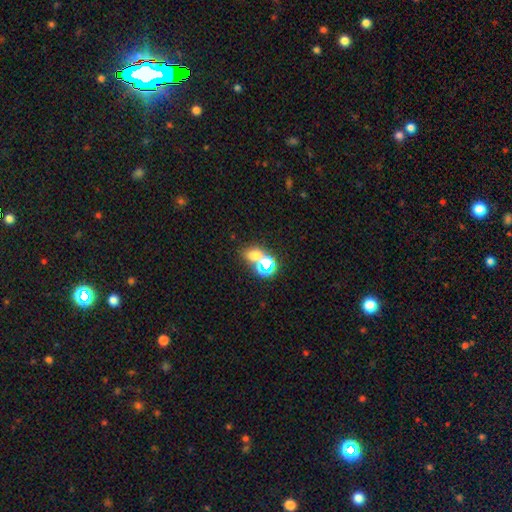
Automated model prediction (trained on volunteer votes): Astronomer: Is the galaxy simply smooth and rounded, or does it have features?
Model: smooth — 59%.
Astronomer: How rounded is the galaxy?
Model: round — 51% (runner-up: in between, 47%).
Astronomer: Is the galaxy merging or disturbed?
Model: none — 49% (runner-up: merger, 38%).